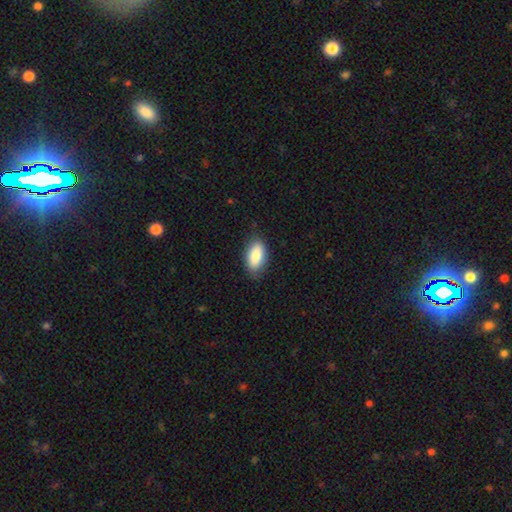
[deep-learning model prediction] Smooth or featured? smooth (84%)
How rounded? in between (92%)
Merging? none (83%)